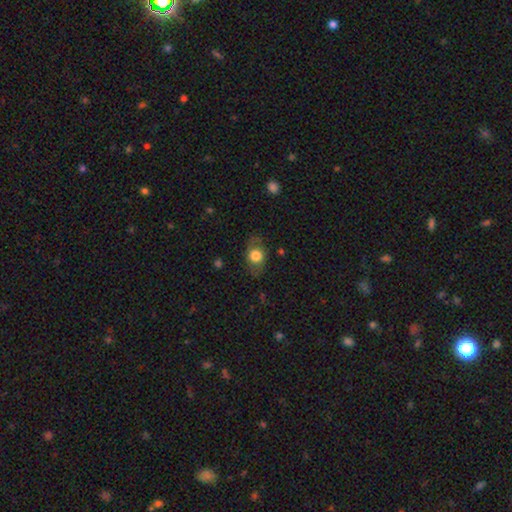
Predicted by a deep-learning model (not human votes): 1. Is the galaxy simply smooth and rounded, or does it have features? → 72% smooth, 20% featured or disk, 8% star or artifact.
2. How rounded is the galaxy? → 58% in between, 40% round, 2% cigar-shaped.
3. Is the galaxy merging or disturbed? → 73% none, 17% minor disturbance, 8% major disturbance, 1% merger.